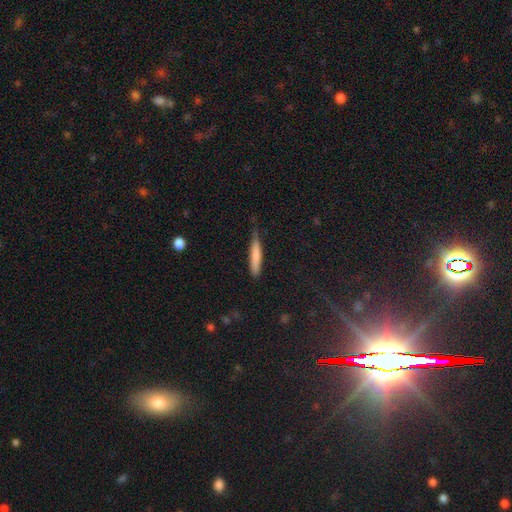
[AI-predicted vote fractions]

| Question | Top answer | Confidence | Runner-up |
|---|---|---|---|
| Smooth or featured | smooth | 76% | featured or disk (18%) |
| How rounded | cigar-shaped | 92% | in between (7%) |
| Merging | none | 67% | minor disturbance (27%) |